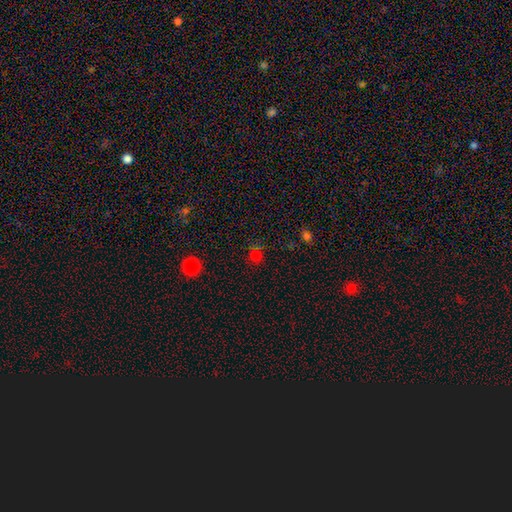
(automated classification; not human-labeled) Overall: smooth (65%; star or artifact 29%). How rounded: round (81%). Merging: none (73%).